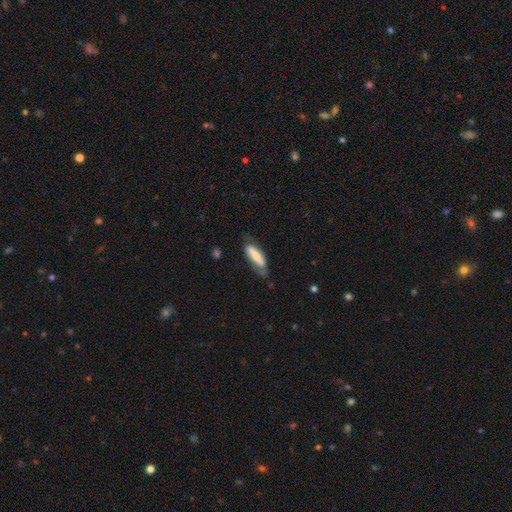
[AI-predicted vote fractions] Morphology: type=smooth (52%); roundness=in between (49%, tied with cigar-shaped); merging=none (55%).